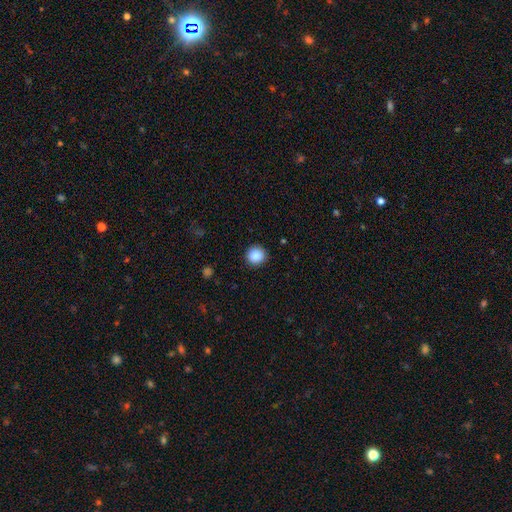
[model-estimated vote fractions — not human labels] Overall: smooth (88%). How rounded: round (93%). Merging: none (91%).